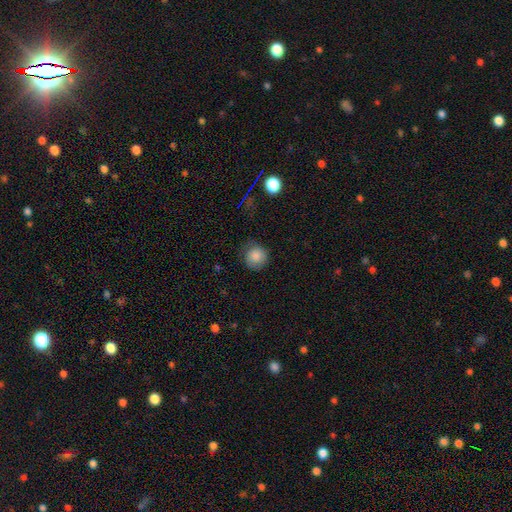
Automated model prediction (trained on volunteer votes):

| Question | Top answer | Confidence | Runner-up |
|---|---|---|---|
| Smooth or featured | smooth | 85% | star or artifact (10%) |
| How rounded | round | 92% | in between (7%) |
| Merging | none | 77% | minor disturbance (18%) |